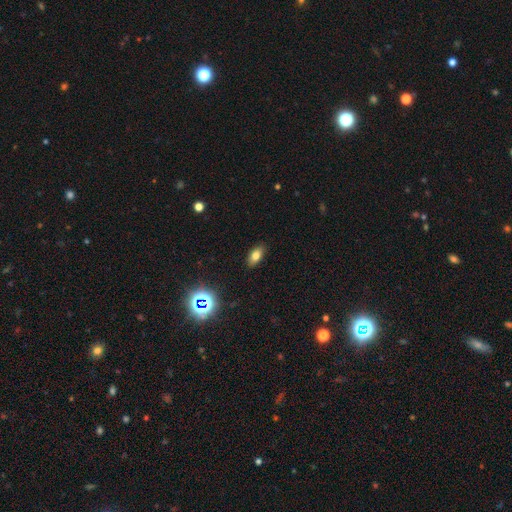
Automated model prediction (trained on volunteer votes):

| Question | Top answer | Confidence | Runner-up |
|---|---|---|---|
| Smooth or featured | smooth | 75% | star or artifact (14%) |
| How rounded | in between | 88% | cigar-shaped (6%) |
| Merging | none | 88% | minor disturbance (9%) |